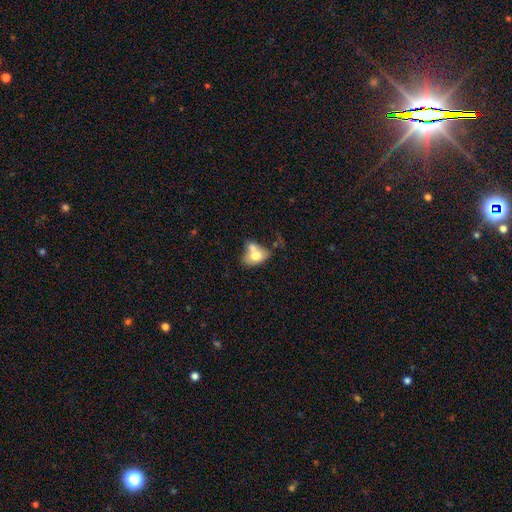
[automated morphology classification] Overall: smooth (67%). How rounded: in between (77%). Merging: merger (52%; none 23%).